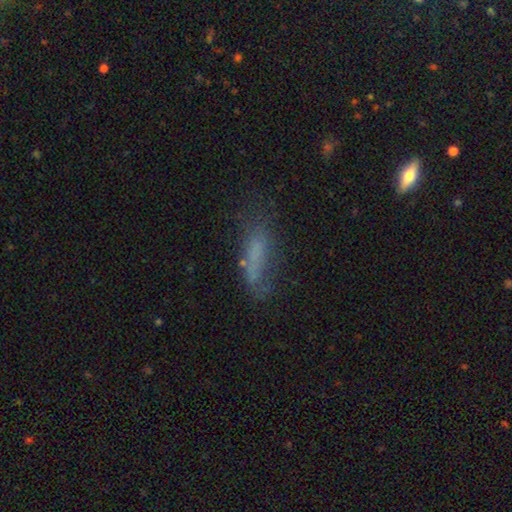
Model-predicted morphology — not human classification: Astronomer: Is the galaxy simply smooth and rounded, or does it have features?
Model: smooth — 60%.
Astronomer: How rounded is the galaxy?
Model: cigar-shaped — 54% (runner-up: in between, 43%).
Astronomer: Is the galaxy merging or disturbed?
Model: none — 50% (runner-up: minor disturbance, 25%).